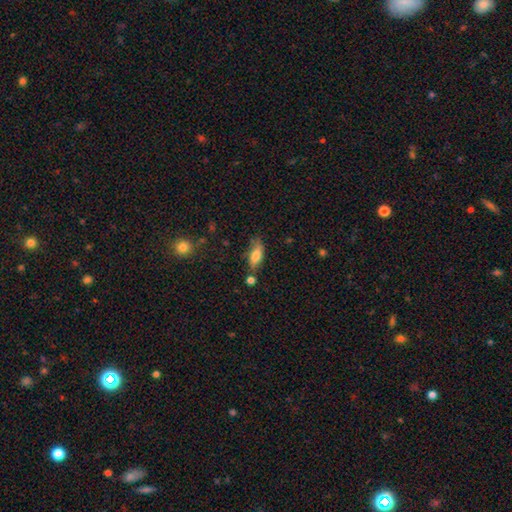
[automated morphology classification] A smooth galaxy with no disk features (76%) that is in between round and cigar-shaped (76%). Merging: none (57%).